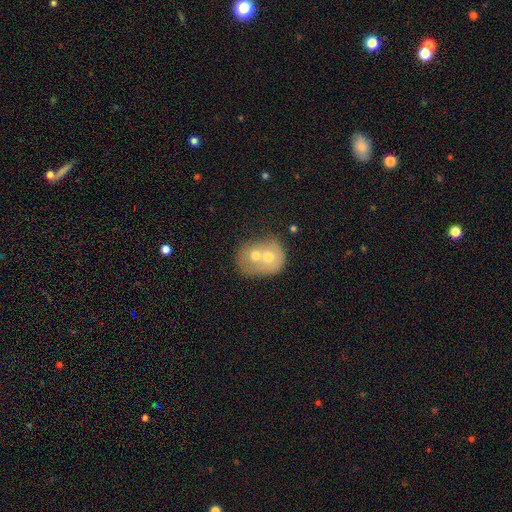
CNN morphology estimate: Smooth or featured? Predicted: smooth (p=0.56). How rounded? Predicted: round (p=0.63). Merging? Predicted: merger (p=0.79).